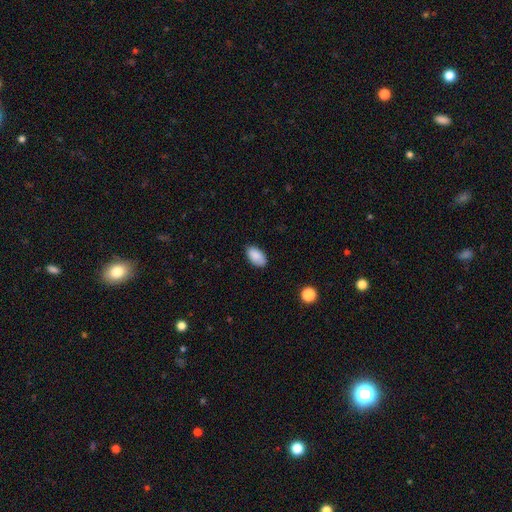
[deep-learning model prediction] smooth-or-featured: smooth: 89% | star or artifact: 7% | featured or disk: 4%
  how-rounded: in between: 95% | round: 4% | cigar-shaped: 2%
  merging: none: 83% | minor disturbance: 14% | major disturbance: 3% | merger: 1%